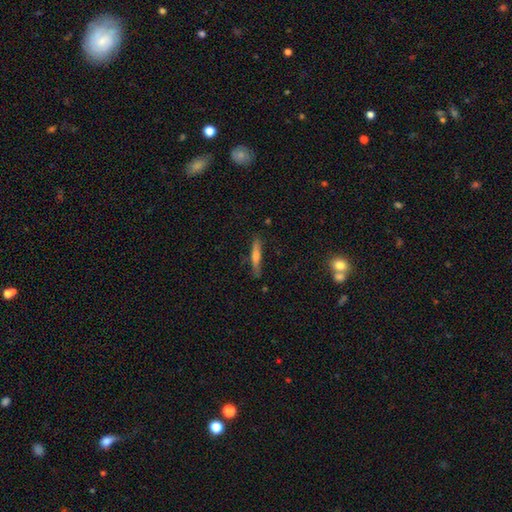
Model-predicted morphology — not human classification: type=smooth (48%); merging=none (82%).